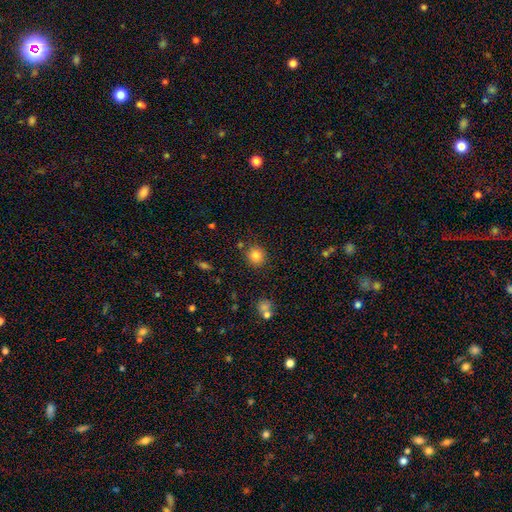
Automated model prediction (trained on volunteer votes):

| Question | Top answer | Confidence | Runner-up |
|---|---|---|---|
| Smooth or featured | smooth | 83% | star or artifact (12%) |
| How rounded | round | 87% | in between (12%) |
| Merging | none | 83% | minor disturbance (9%) |